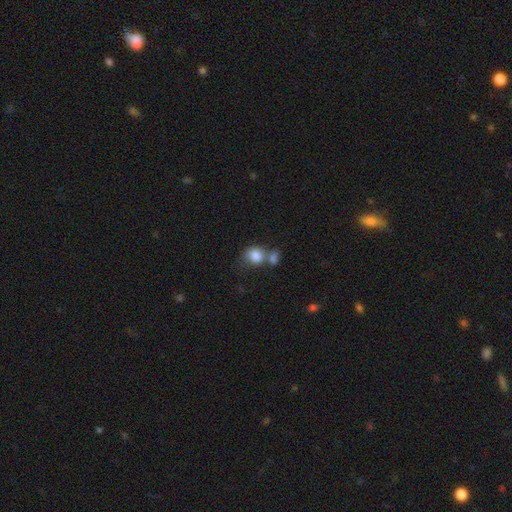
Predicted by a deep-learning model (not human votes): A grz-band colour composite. It shows a smooth galaxy with no disk features (83%) that is round (59%). Merging: merger (47%).